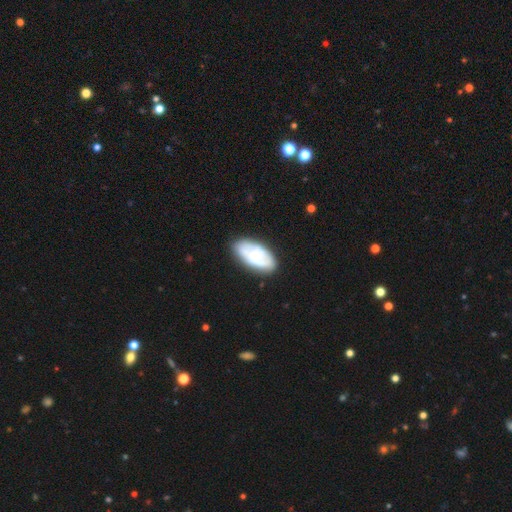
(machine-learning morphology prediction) A smooth galaxy with no disk features (47%, tied with featured or disk).

Vote fractions:
- Smooth or featured? smooth: 47% (tied) / featured or disk: 47% (tied) / star or artifact: 6%
- Merging? none: 72% / minor disturbance: 20% / major disturbance: 6% / merger: 3%